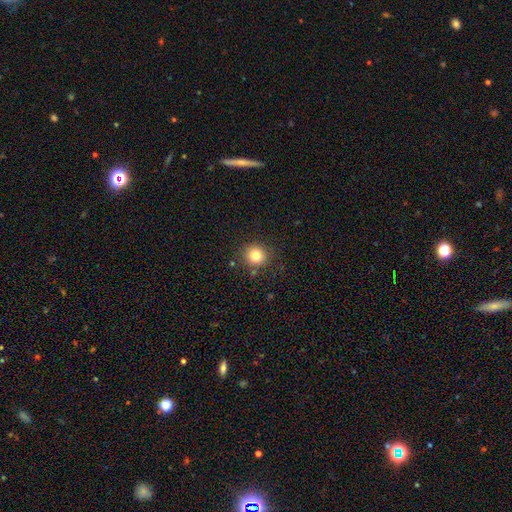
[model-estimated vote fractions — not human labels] Overall: smooth (80%). How rounded: round (91%). Merging: none (86%).